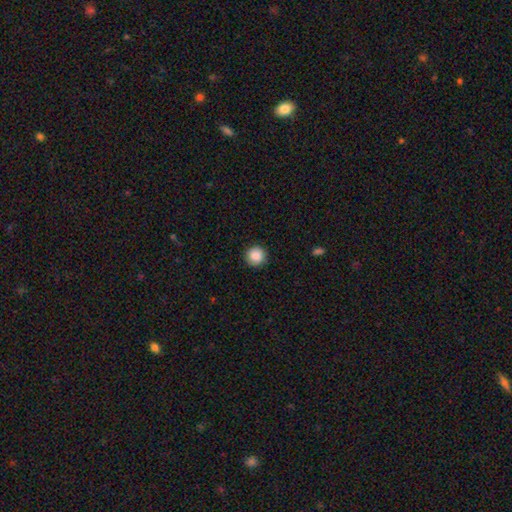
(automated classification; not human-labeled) A smooth galaxy with no disk features (87%) that is round (95%).

Vote fractions:
- Smooth or featured? smooth: 87% / star or artifact: 9% / featured or disk: 4%
- How rounded? round: 95% / in between: 4% / cigar-shaped: 1%
- Merging? none: 91% / minor disturbance: 6% / major disturbance: 2% / merger: 1%